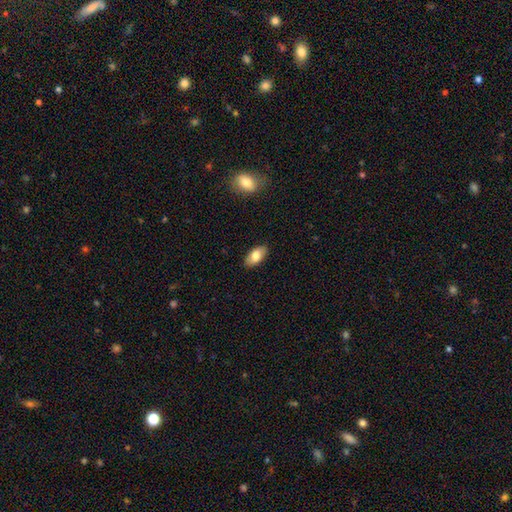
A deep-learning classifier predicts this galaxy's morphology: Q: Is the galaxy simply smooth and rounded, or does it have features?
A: smooth — 80%.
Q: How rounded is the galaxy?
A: in between — 93%.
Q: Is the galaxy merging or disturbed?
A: none — 88%.